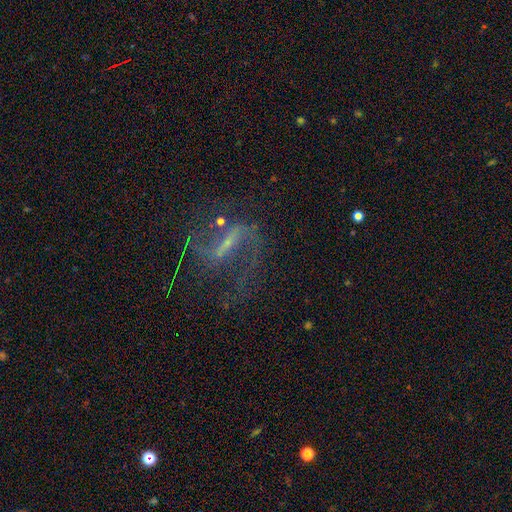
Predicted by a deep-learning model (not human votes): The model was most divided on "bar": strong: 53%, weak: 33%, no: 14%. More confident: edge-on disk — no (91%); spiral arms — yes (86%); spiral arm count — 2 (78%); smooth or featured — featured or disk (77%); merging — none (57%); spiral winding — loose (56%); bulge size — small (55%).